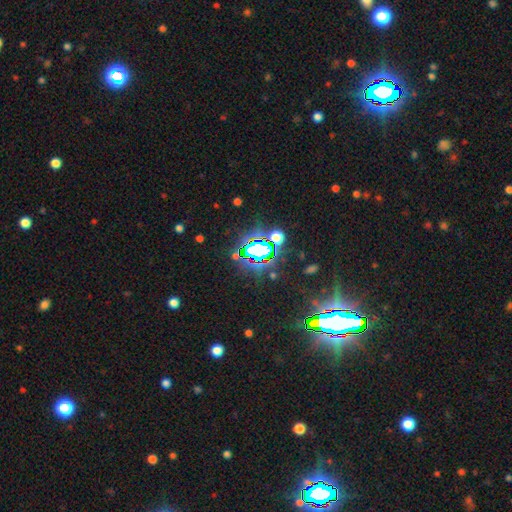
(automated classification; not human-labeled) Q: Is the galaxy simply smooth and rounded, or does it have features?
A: star or artifact — 85%.